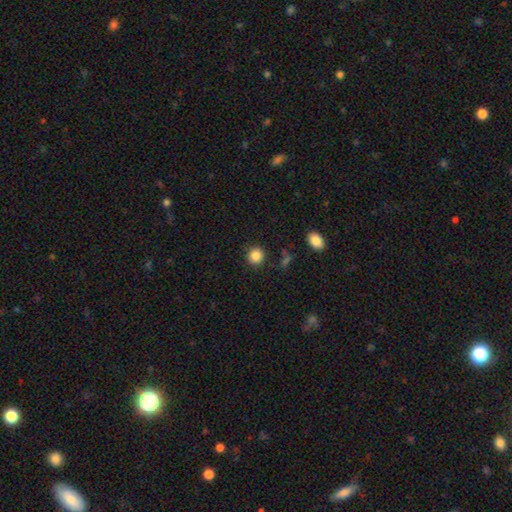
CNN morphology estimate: Q: Smooth or featured?
A: smooth (85%); runner-up: star or artifact (10%)
Q: How rounded?
A: round (91%); runner-up: in between (8%)
Q: Merging?
A: none (88%); runner-up: minor disturbance (7%)